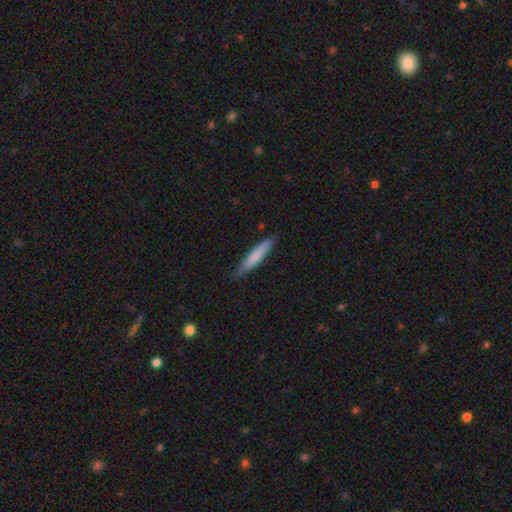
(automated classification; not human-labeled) This is likely a smooth galaxy (78%). How rounded: clearly cigar-shaped (91%). Merging: likely none (80%).